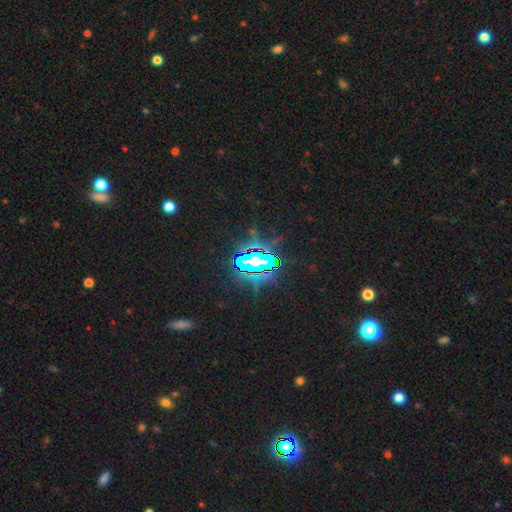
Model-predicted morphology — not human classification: Smooth or featured? star or artifact (82%)